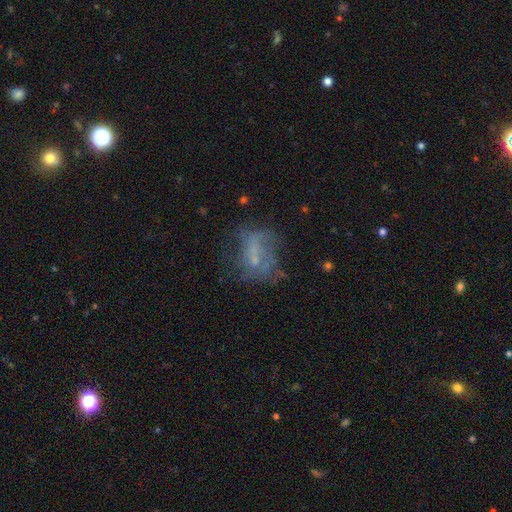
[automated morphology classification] Smooth or featured? Predicted: featured or disk (p=0.47). Merging? Predicted: none (p=0.44).